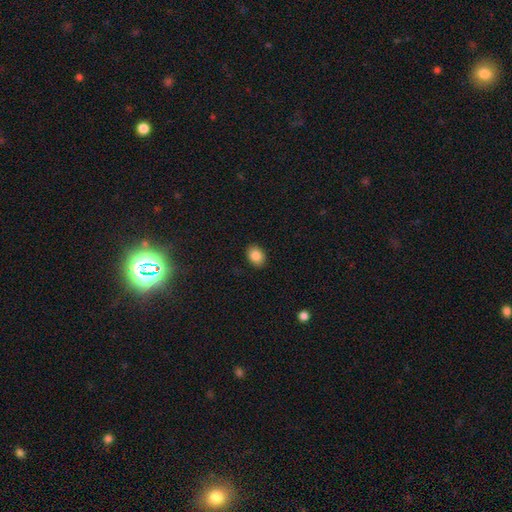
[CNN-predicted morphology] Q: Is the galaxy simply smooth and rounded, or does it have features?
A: smooth — 86%.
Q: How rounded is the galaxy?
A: in between — 64%.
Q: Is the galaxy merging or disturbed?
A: none — 89%.